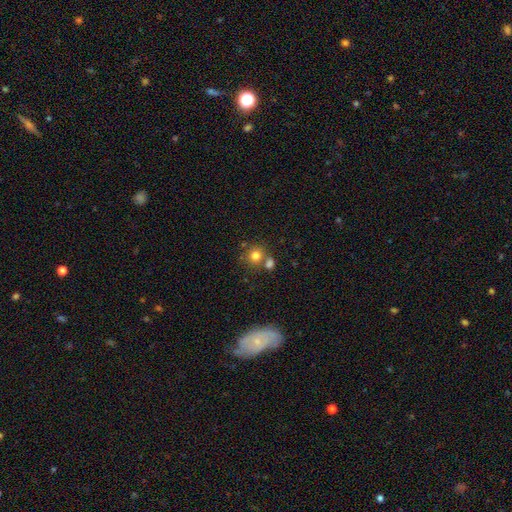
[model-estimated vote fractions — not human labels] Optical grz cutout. It shows a smooth galaxy with no disk features (79%) that is round (88%). Merging: none (63%).